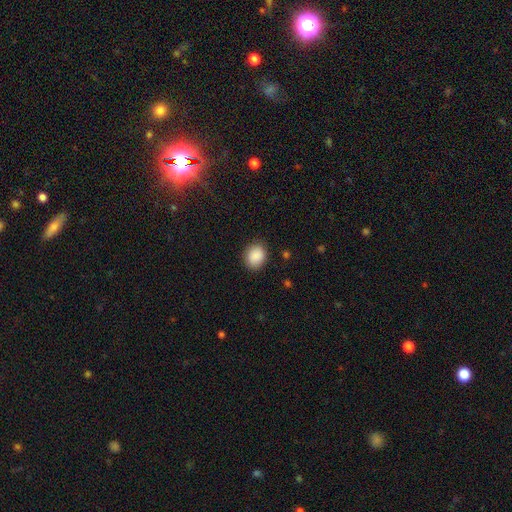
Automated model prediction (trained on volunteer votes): smooth 89%, star or artifact 8%, featured or disk 3%. Down the decision tree: how rounded — round (56%); merging — none (87%).